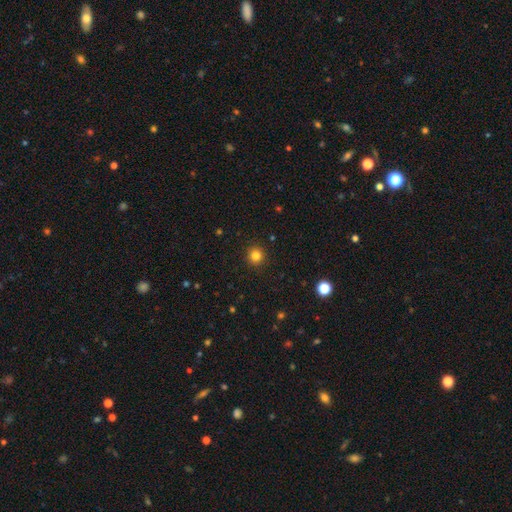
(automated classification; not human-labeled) Smooth or featured? Predicted: smooth (p=0.82). How rounded? Predicted: round (p=0.94). Merging? Predicted: none (p=0.92).